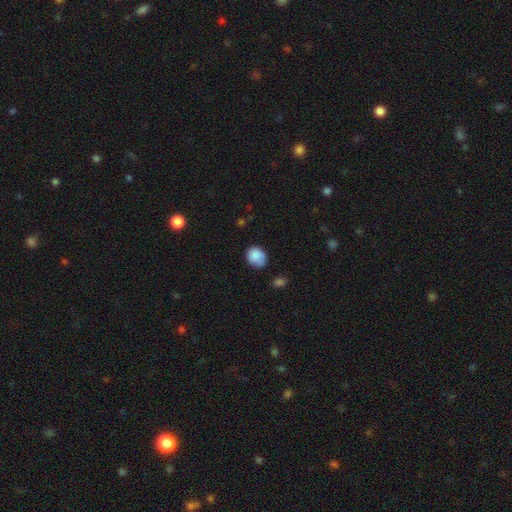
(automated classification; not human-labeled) This is clearly a smooth galaxy (86%). How rounded: likely round (62%). Merging: likely none (63%).